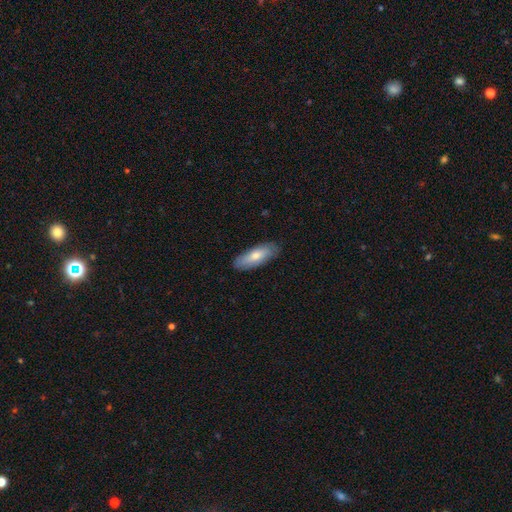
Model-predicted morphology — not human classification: smooth-or-featured: smooth: 69% | featured or disk: 25% | star or artifact: 6%
  how-rounded: in between: 62% | cigar-shaped: 36% | round: 2%
  merging: none: 86% | minor disturbance: 11% | major disturbance: 2% | merger: 1%